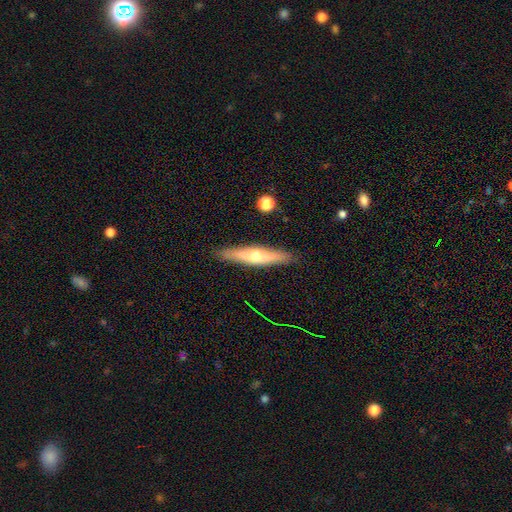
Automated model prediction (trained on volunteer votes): A featured or disk galaxy (54%) viewed edge-on (90%). Merging: none (89%).